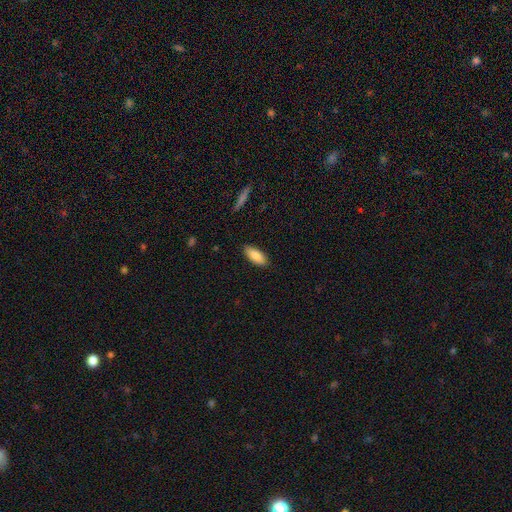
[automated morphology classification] Smooth or featured: smooth — 87% (featured or disk — 6%)
How rounded: in between — 81% (cigar-shaped — 17%)
Merging: none — 88% (minor disturbance — 9%)